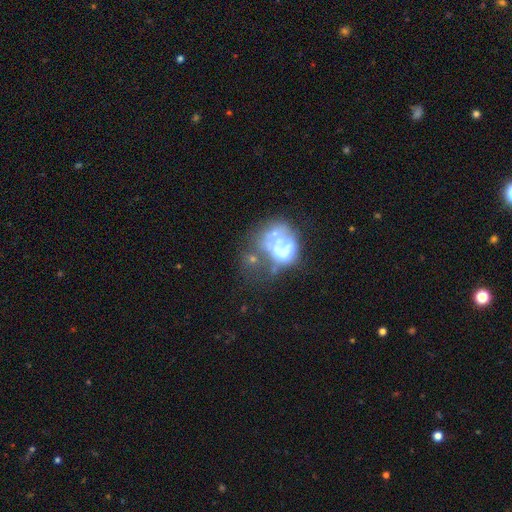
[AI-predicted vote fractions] Smooth or featured: star or artifact — 35% (smooth — 34%)